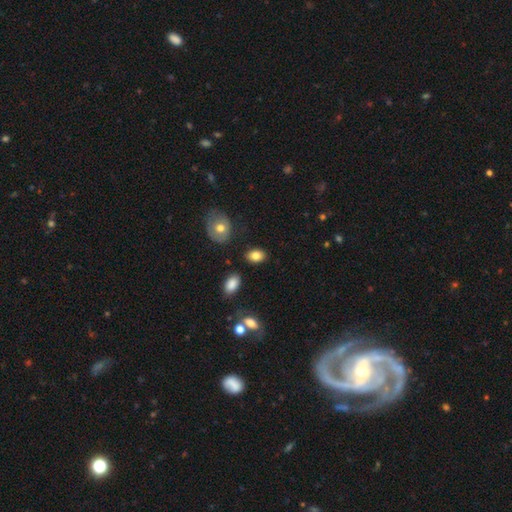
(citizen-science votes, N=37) Q: Smooth or featured?
A: smooth (89%); runner-up: featured or disk (8%)
Q: How rounded?
A: in between (70%); runner-up: round (27%)
Q: Merging?
A: none (81%); runner-up: minor disturbance (8%)